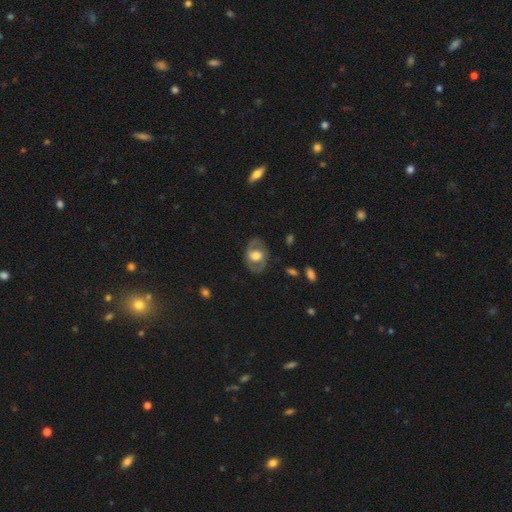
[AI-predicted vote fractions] A featured or disk galaxy (59%) with no bar (63%), spiral arms (50%, tied with no) and a large central bulge (47%).

Vote fractions:
- Smooth or featured? featured or disk: 59% / smooth: 35% / star or artifact: 6%
- Edge-on disk? no: 94% / yes: 6%
- Bar? no: 63% / weak: 28% / strong: 9%
- Spiral arms? yes: 50% (tied) / no: 50% (tied)
- Bulge size? large: 47% / moderate: 41% / small: 5% / dominant: 4% / none: 2%
- Merging? none: 77% / minor disturbance: 14% / major disturbance: 7% / merger: 1%